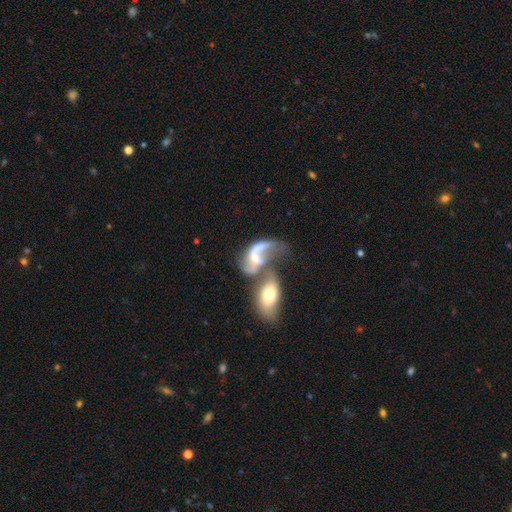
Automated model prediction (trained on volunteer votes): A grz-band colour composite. It shows a featured or disk galaxy (74%) with a weak bar (43%), 2 (74%) loose (75%) spiral arms (85%) and a moderate central bulge (39%). Merging: merger (66%).